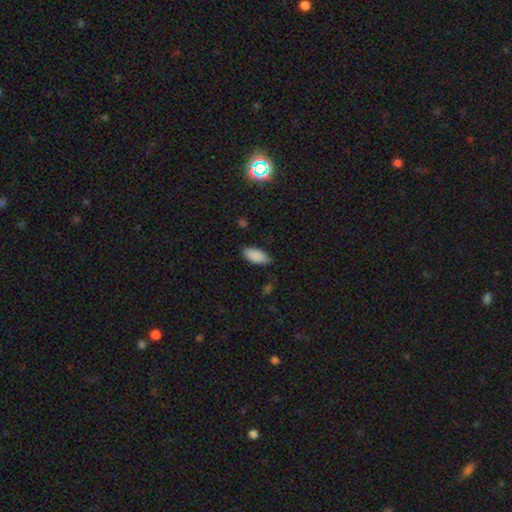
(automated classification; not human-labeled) Smooth or featured: smooth — 89% (star or artifact — 7%)
How rounded: in between — 90% (cigar-shaped — 8%)
Merging: none — 79% (minor disturbance — 17%)